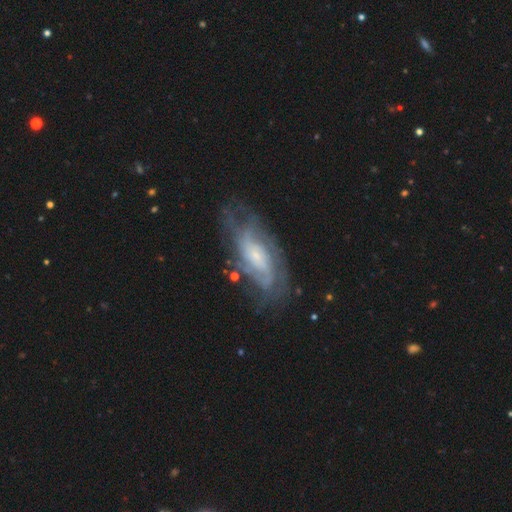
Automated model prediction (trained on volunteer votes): Smooth or featured: featured or disk — 78% (smooth — 15%)
Edge-on disk: no — 90% (yes — 10%)
Bar: no — 62% (weak — 30%)
Spiral arms: yes — 89% (no — 11%)
Spiral winding: tight — 51% (medium — 36%)
Spiral arm count: can't tell — 47% (2 — 25%)
Bulge size: small — 64% (moderate — 24%)
Merging: none — 68% (minor disturbance — 19%)